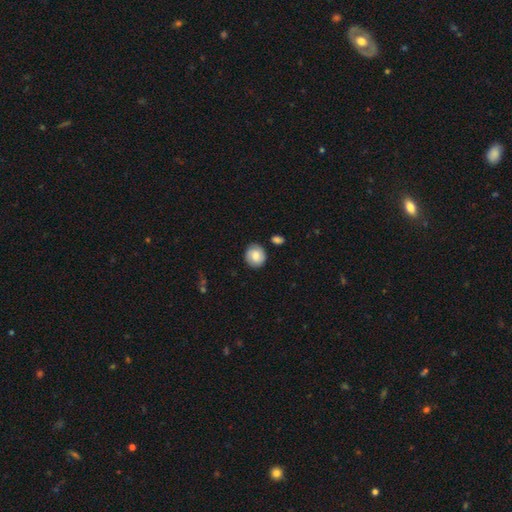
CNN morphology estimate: smooth 81%, featured or disk 12%, star or artifact 7%. Down the decision tree: how rounded — round (83%); merging — none (85%).